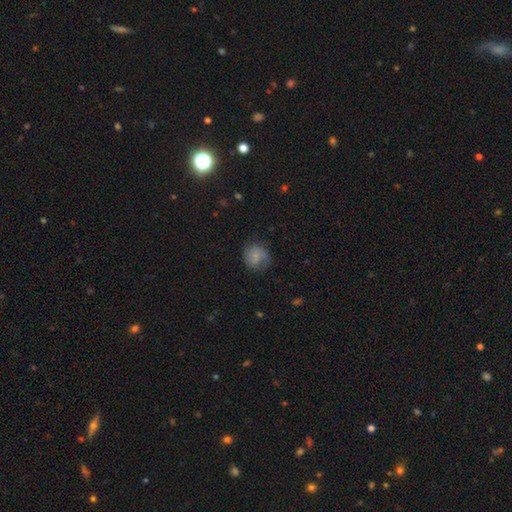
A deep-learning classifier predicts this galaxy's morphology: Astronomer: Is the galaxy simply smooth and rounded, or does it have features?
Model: smooth — 69%.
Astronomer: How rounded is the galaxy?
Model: round — 82%.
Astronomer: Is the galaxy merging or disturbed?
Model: none — 64%.